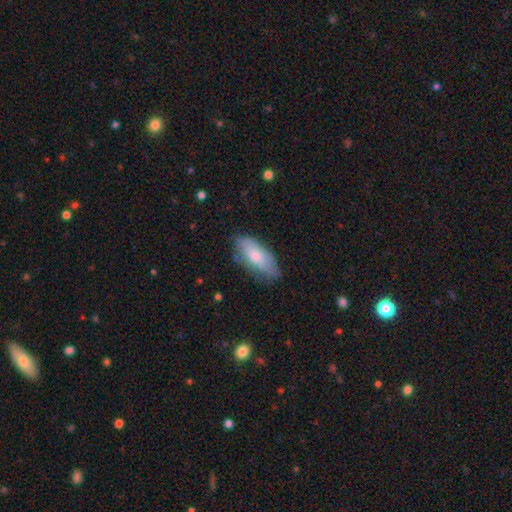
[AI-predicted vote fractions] smooth_or_featured: smooth (p=0.73) [alt: featured or disk p=0.21]
how_rounded: in between (p=0.81) [alt: cigar-shaped p=0.17]
merging: none (p=0.70) [alt: minor disturbance p=0.24]